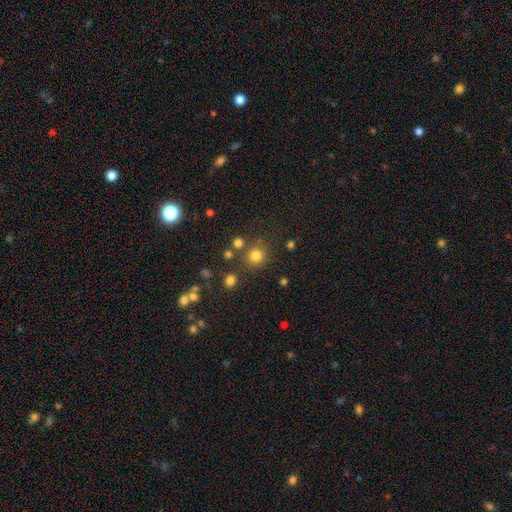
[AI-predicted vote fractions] Q: Smooth or featured?
A: smooth (78%); runner-up: star or artifact (16%)
Q: How rounded?
A: round (91%); runner-up: in between (8%)
Q: Merging?
A: none (78%); runner-up: minor disturbance (9%)